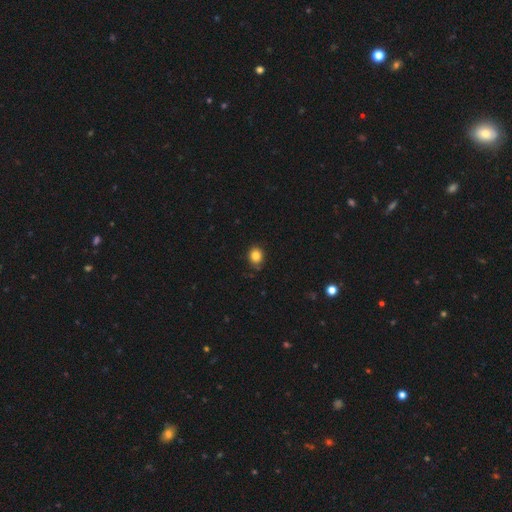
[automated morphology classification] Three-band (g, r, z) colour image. It shows a smooth galaxy with no disk features (84%) that is round (65%). Merging: none (83%).